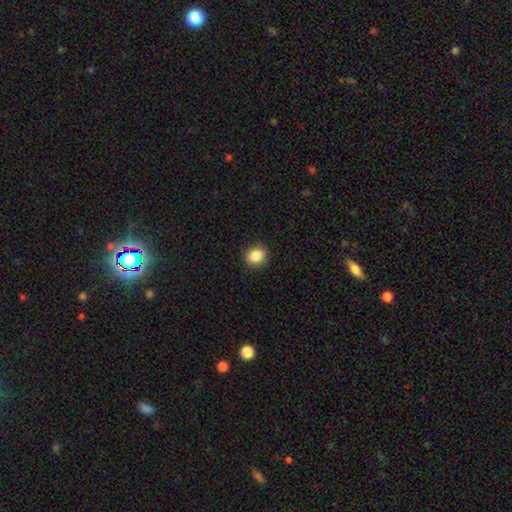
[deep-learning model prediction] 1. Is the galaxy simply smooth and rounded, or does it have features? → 85% smooth, 9% star or artifact, 6% featured or disk.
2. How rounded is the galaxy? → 52% round, 47% in between, 1% cigar-shaped.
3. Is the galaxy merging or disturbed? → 88% none, 9% minor disturbance, 2% major disturbance, 1% merger.